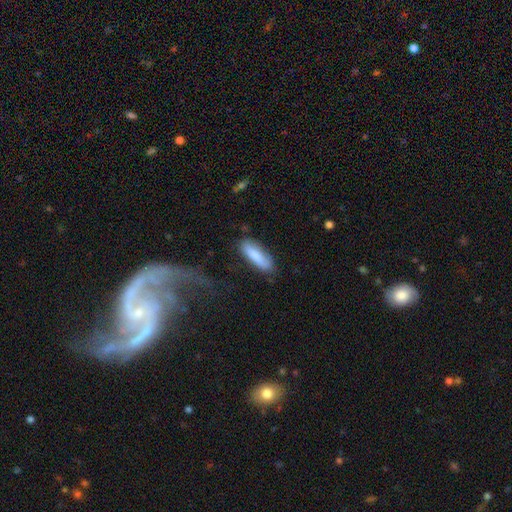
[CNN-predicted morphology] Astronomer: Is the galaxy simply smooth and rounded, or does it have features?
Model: smooth — 82%.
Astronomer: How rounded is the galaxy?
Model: cigar-shaped — 56% (runner-up: in between, 43%).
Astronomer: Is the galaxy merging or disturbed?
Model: none — 76%.